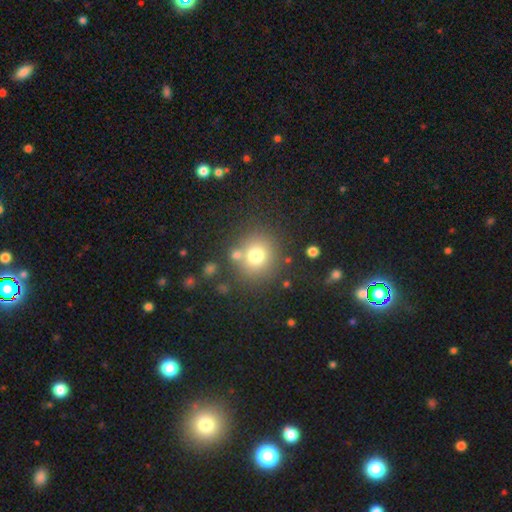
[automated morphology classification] This appears to be a smooth galaxy with no disk features (73%) that is round (89%). Merging: none (74%).